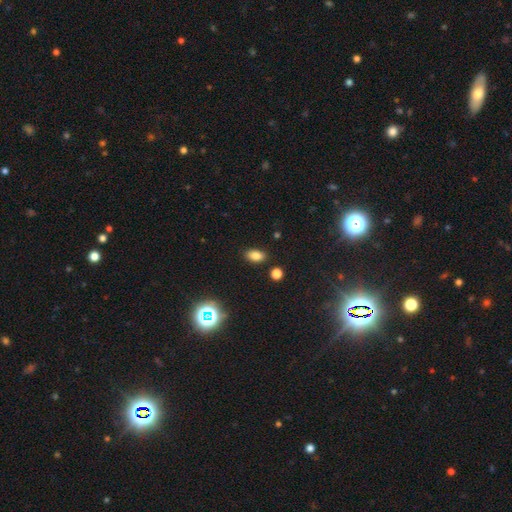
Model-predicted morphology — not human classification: smooth-or-featured: smooth: 79% | star or artifact: 15% | featured or disk: 6%
  how-rounded: in between: 88% | round: 9% | cigar-shaped: 3%
  merging: none: 86% | minor disturbance: 9% | merger: 3% | major disturbance: 2%